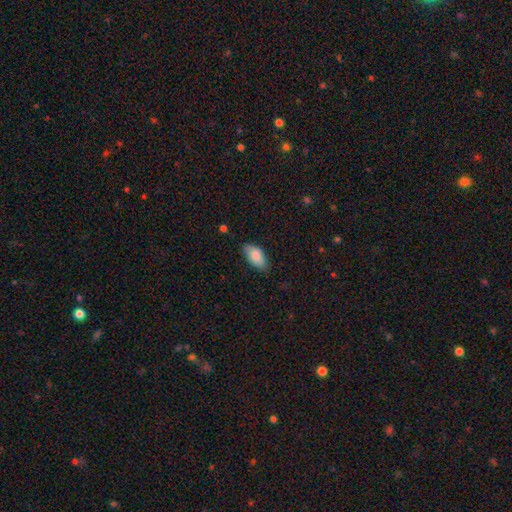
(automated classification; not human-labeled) Smooth or featured? Predicted: smooth (p=0.84). How rounded? Predicted: in between (p=0.93). Merging? Predicted: none (p=0.76).